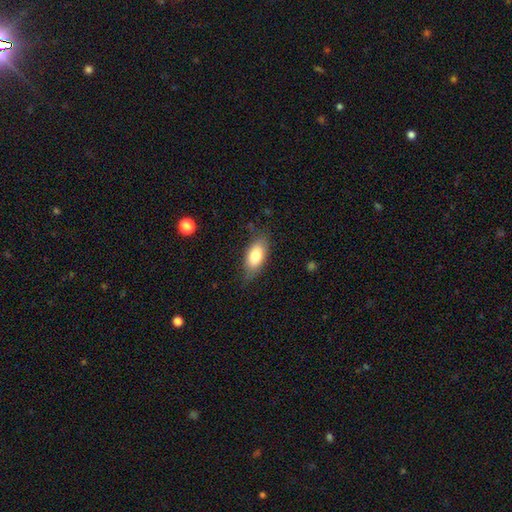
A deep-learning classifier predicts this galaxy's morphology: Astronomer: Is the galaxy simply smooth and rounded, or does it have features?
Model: smooth — 78%.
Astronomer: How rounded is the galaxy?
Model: in between — 86%.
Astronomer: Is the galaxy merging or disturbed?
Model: none — 72%.